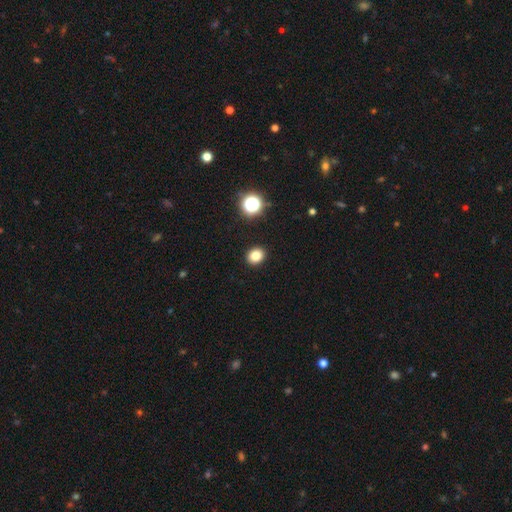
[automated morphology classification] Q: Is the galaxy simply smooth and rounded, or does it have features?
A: smooth — 82%.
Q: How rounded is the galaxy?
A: round — 70%.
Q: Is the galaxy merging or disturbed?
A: none — 92%.